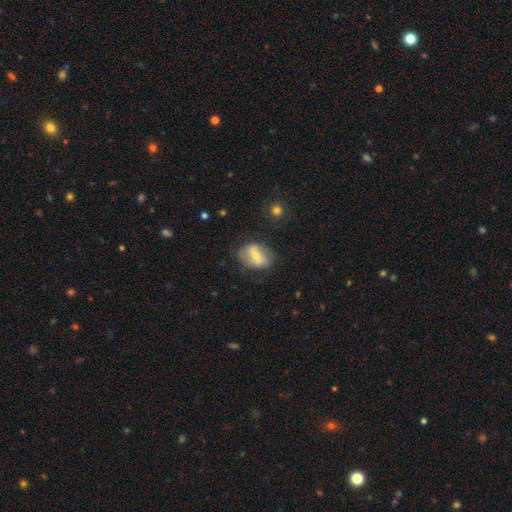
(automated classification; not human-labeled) Q: Smooth or featured?
A: featured or disk (51%); runner-up: smooth (42%)
Q: Edge-on disk?
A: no (91%); runner-up: yes (9%)
Q: Merging?
A: none (66%); runner-up: minor disturbance (22%)